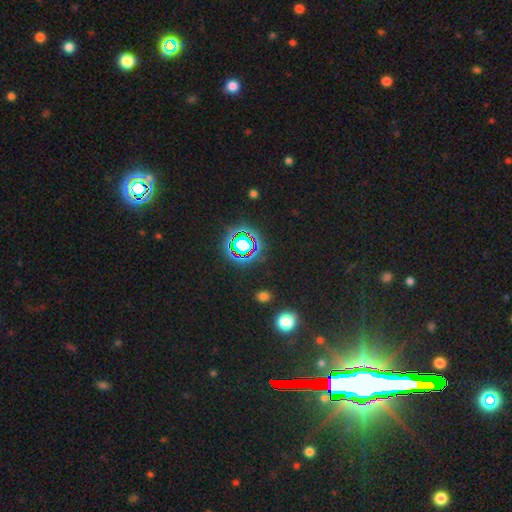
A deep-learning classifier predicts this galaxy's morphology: This is likely a star or artifact rather than a galaxy (79%).